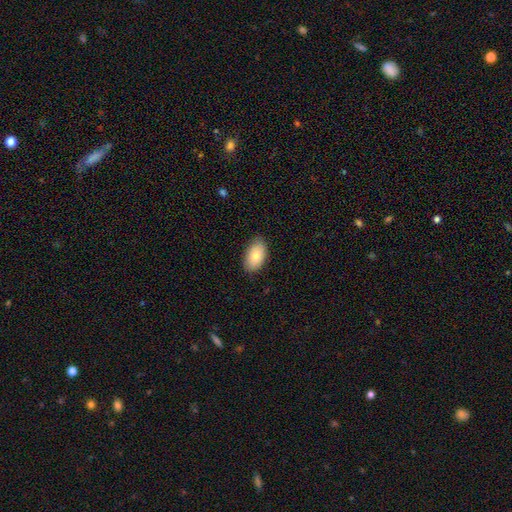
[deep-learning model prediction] Morphology: type=smooth (80%); roundness=in between (93%); merging=none (84%).